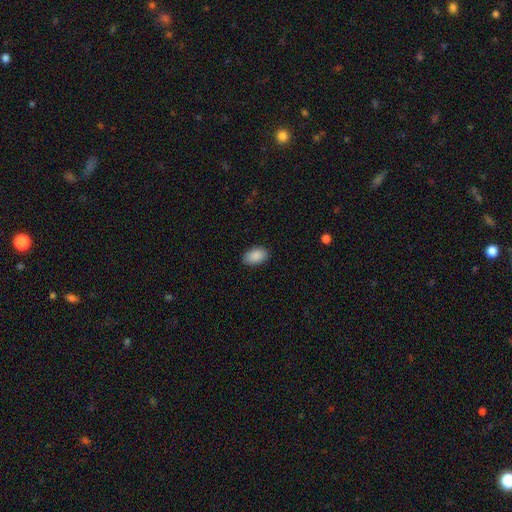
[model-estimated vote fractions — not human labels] The model was most divided on "merging": none: 87%, minor disturbance: 10%, major disturbance: 2%, merger: 1%. More confident: how rounded — in between (91%); smooth or featured — smooth (90%).